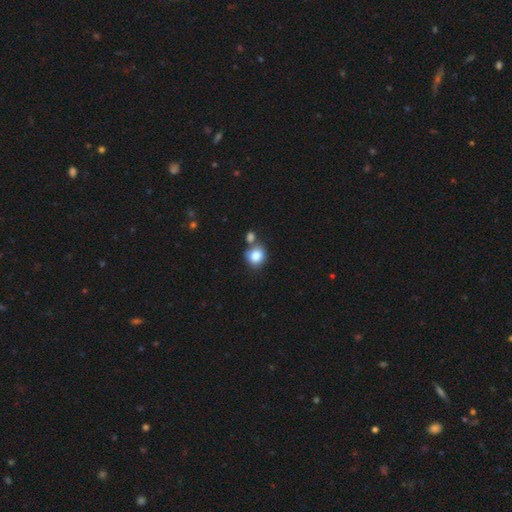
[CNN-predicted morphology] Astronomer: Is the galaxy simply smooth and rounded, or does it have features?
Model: smooth — 83%.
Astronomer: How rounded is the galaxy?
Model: round — 78%.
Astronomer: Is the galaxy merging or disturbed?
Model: none — 58%.